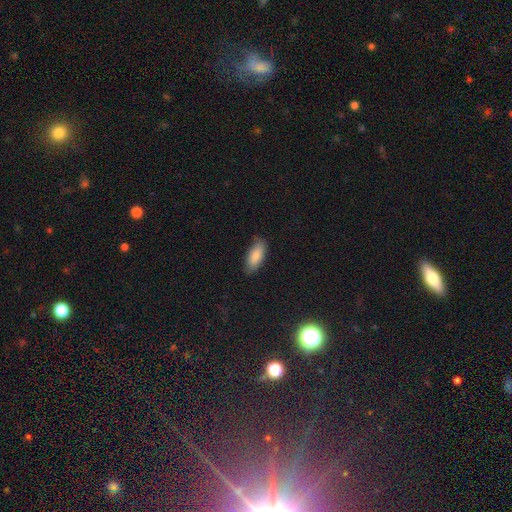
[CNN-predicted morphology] type=smooth (86%); roundness=in between (82%); merging=none (79%).